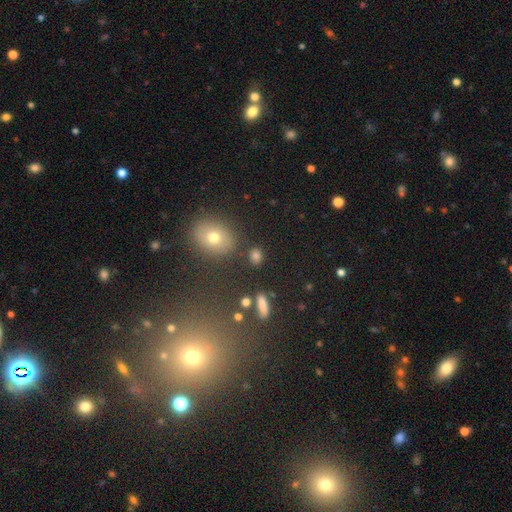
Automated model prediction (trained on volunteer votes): smooth_or_featured: smooth (p=0.78) [alt: star or artifact p=0.15]
how_rounded: round (p=0.56) [alt: in between p=0.42]
merging: none (p=0.79) [alt: minor disturbance p=0.10]